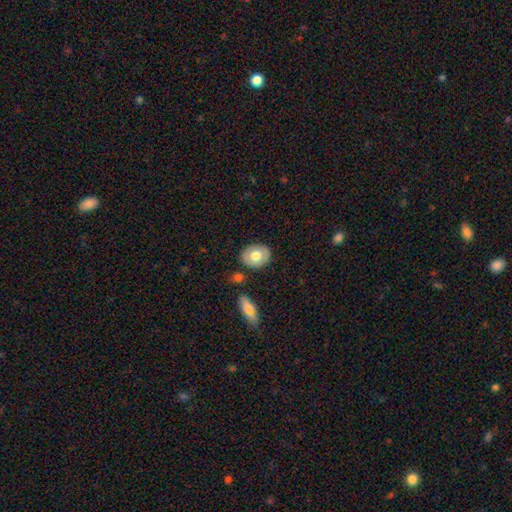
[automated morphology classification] smooth-or-featured: smooth: 64% | featured or disk: 29% | star or artifact: 6%
  how-rounded: in between: 60% | round: 39% | cigar-shaped: 1%
  merging: none: 82% | minor disturbance: 11% | merger: 5% | major disturbance: 3%